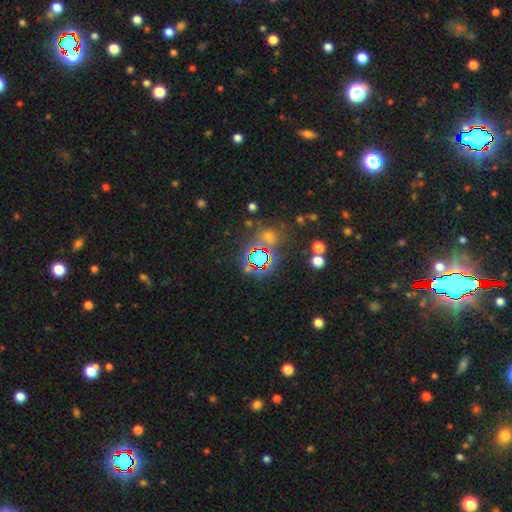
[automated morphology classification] Overall: star or artifact (61%; smooth 28%).